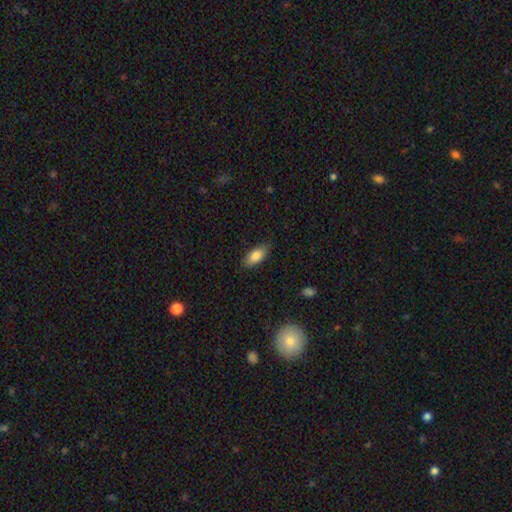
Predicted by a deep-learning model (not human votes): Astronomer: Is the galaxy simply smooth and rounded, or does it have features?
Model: smooth — 83%.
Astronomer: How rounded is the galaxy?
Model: in between — 86%.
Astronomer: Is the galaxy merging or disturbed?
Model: none — 82%.